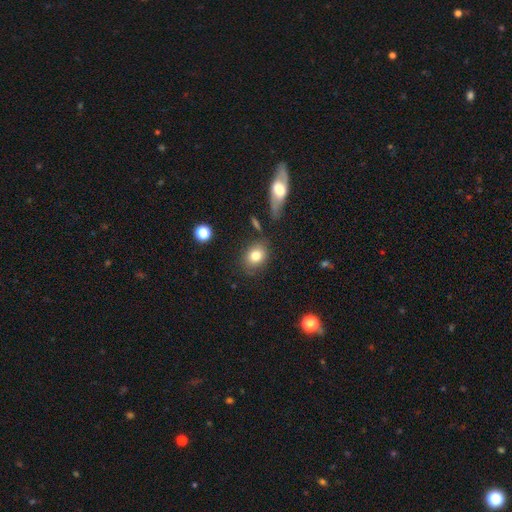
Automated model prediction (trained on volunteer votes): Smooth or featured?
  - smooth: 81% *
  - featured or disk: 10%
  - star or artifact: 9%
How rounded?
  - in between: 54% *
  - round: 44%
  - cigar-shaped: 2%
Merging?
  - none: 76% *
  - minor disturbance: 14%
  - merger: 5%
  - major disturbance: 4%